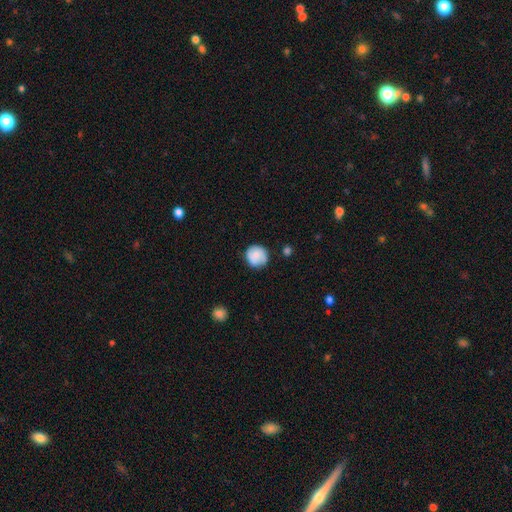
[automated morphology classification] Q: Smooth or featured?
A: smooth (74%); runner-up: featured or disk (19%)
Q: How rounded?
A: round (88%); runner-up: in between (11%)
Q: Merging?
A: none (77%); runner-up: minor disturbance (17%)